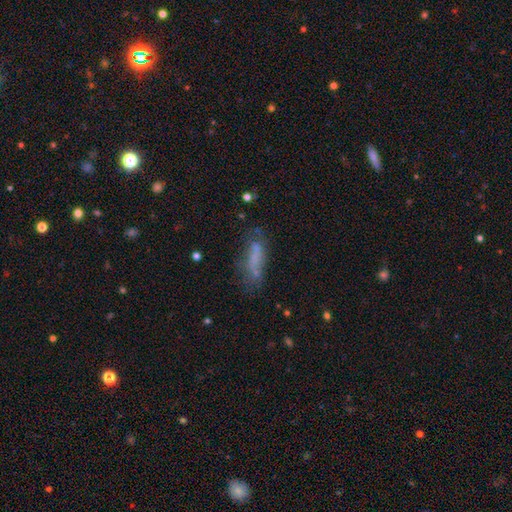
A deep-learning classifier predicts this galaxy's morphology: Smooth or featured: smooth — 58% (featured or disk — 29%)
How rounded: cigar-shaped — 51% (in between — 46%)
Merging: none — 49% (minor disturbance — 26%)